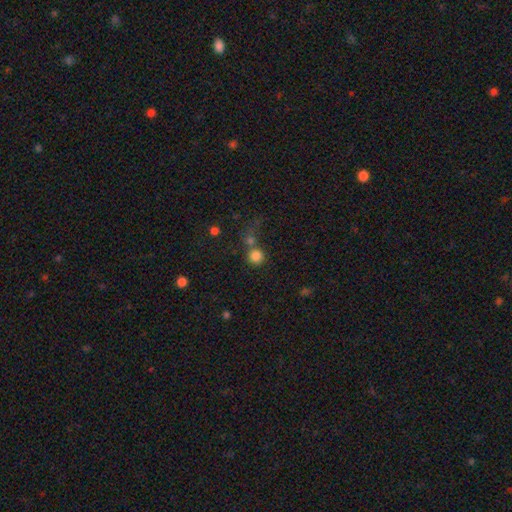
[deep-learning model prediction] smooth_or_featured: smooth (p=0.81) [alt: star or artifact p=0.13]
how_rounded: round (p=0.93) [alt: in between p=0.06]
merging: none (p=0.61) [alt: merger p=0.26]